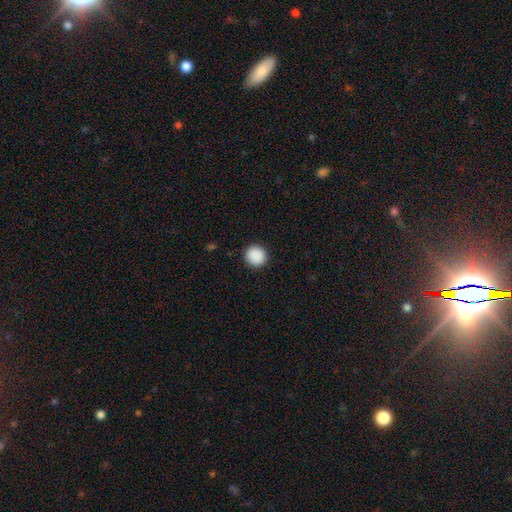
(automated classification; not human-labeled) This is clearly a smooth galaxy (90%). How rounded: clearly round (91%). Merging: clearly none (92%).